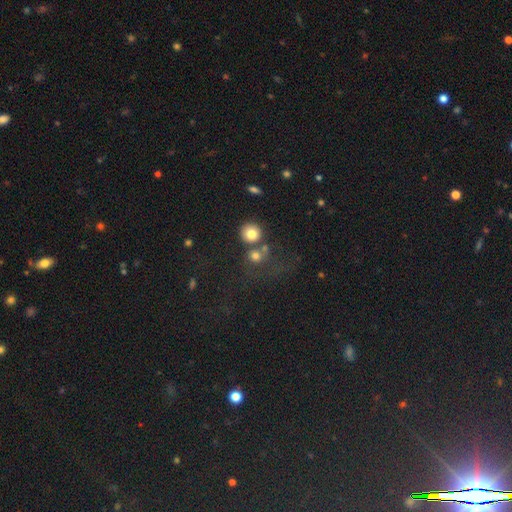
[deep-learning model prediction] Q: Smooth or featured?
A: smooth (76%); runner-up: star or artifact (13%)
Q: How rounded?
A: round (86%); runner-up: in between (13%)
Q: Merging?
A: none (52%); runner-up: merger (31%)